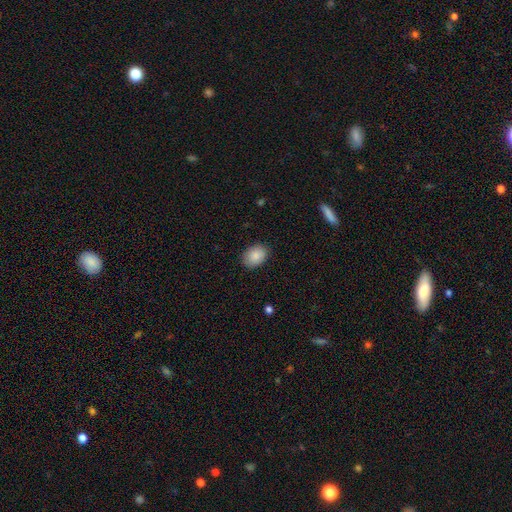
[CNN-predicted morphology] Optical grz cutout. It shows a smooth galaxy with no disk features (87%) that is in between round and cigar-shaped (72%). Merging: none (86%).